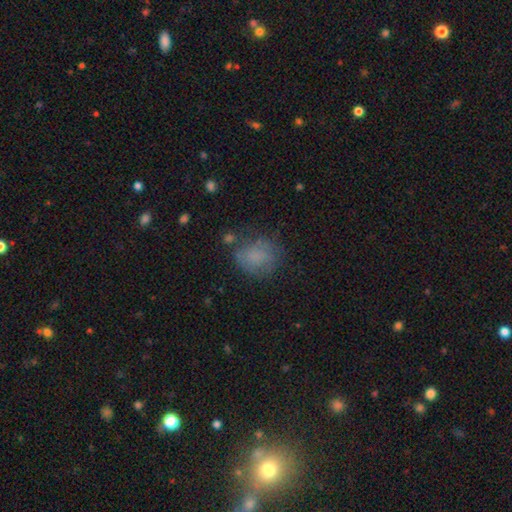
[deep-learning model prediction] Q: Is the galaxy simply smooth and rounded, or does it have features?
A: smooth — 68%.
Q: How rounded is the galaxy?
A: round — 57%.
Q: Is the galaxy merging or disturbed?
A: none — 59%.